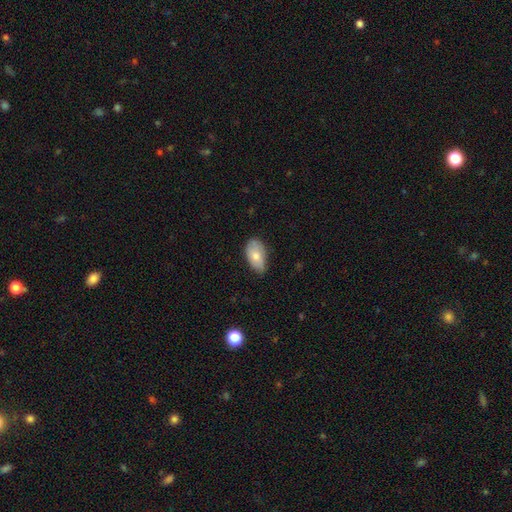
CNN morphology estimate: Smooth or featured?
  - smooth: 77% *
  - featured or disk: 16%
  - star or artifact: 6%
How rounded?
  - in between: 94% *
  - round: 4%
  - cigar-shaped: 2%
Merging?
  - none: 68% *
  - minor disturbance: 27%
  - major disturbance: 4%
  - merger: 1%